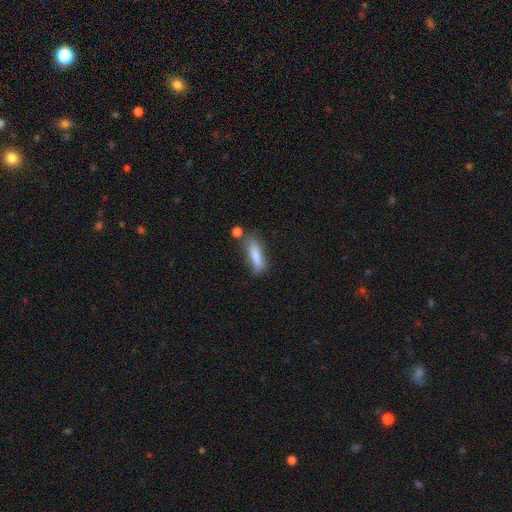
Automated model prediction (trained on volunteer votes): A smooth galaxy with no disk features (80%) that is cigar-shaped (63%).

Vote fractions:
- Smooth or featured? smooth: 80% / featured or disk: 12% / star or artifact: 7%
- How rounded? cigar-shaped: 63% / in between: 35% / round: 2%
- Merging? none: 59% / minor disturbance: 22% / merger: 11% / major disturbance: 8%